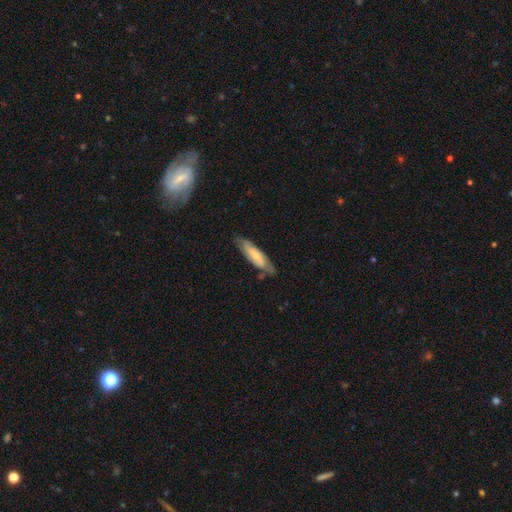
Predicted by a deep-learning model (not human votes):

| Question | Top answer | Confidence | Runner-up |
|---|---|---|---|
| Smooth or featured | smooth | 52% | featured or disk (42%) |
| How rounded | cigar-shaped | 56% | in between (43%) |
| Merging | none | 70% | minor disturbance (22%) |